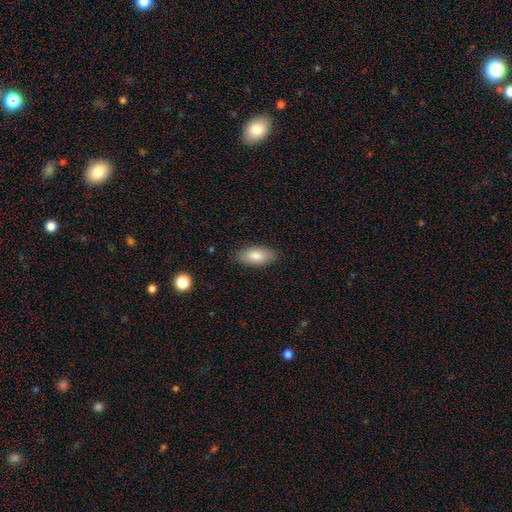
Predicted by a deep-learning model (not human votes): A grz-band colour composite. It shows a smooth galaxy with no disk features (84%) that is in between round and cigar-shaped (87%). Merging: none (86%).